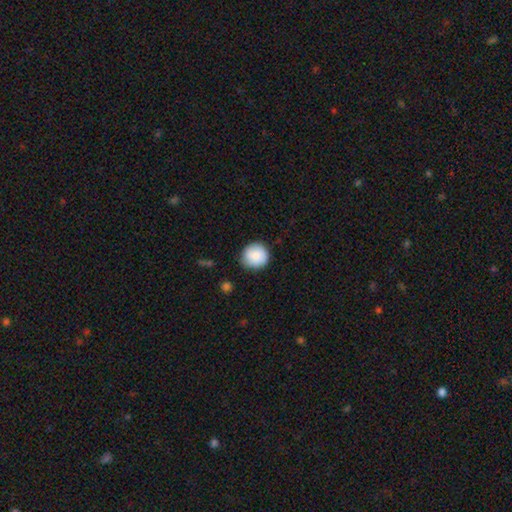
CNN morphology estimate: type=smooth (87%); roundness=round (94%); merging=none (87%).